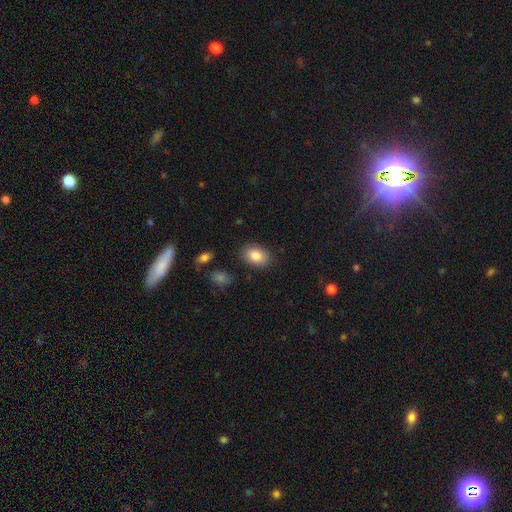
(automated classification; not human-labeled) This is clearly a smooth galaxy (86%). How rounded: clearly in between (83%). Merging: clearly none (86%).